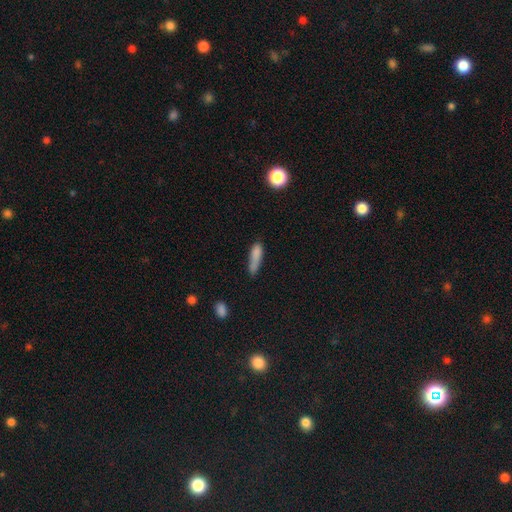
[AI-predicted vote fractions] This appears to be a smooth galaxy with no disk features (81%) that is cigar-shaped (67%). Merging: none (50%).